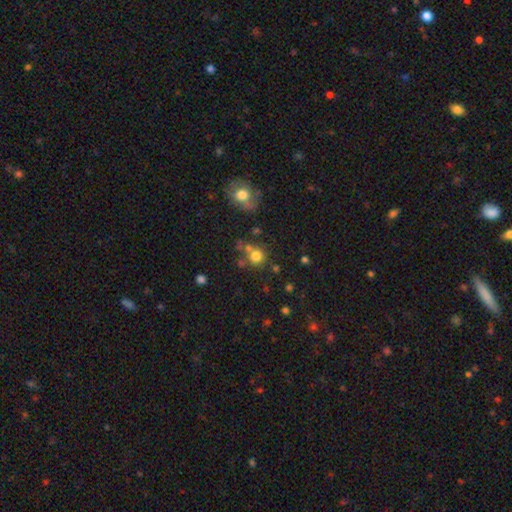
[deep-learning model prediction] smooth 76%, star or artifact 15%, featured or disk 10%. Down the decision tree: how rounded — round (88%); merging — none (62%).